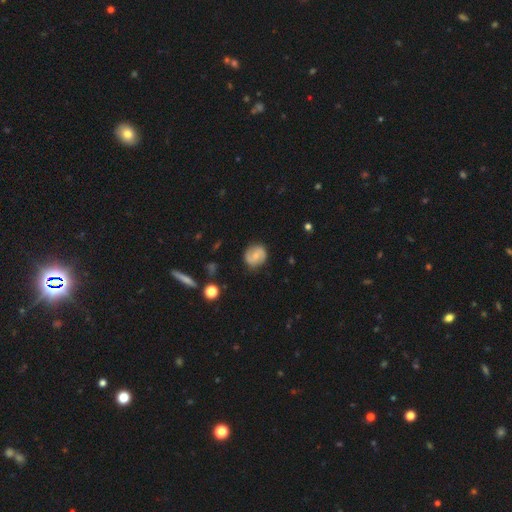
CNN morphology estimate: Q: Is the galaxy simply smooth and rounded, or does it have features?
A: smooth — 47%.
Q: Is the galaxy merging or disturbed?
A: none — 81%.